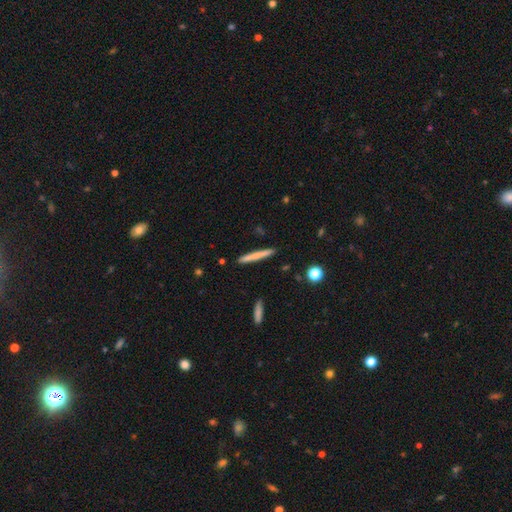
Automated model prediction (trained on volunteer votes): A smooth galaxy with no disk features (68%) that is cigar-shaped (96%).

Vote fractions:
- Smooth or featured? smooth: 68% / featured or disk: 26% / star or artifact: 6%
- How rounded? cigar-shaped: 96% / in between: 2% / round: 1%
- Merging? none: 91% / minor disturbance: 6% / merger: 2% / major disturbance: 1%